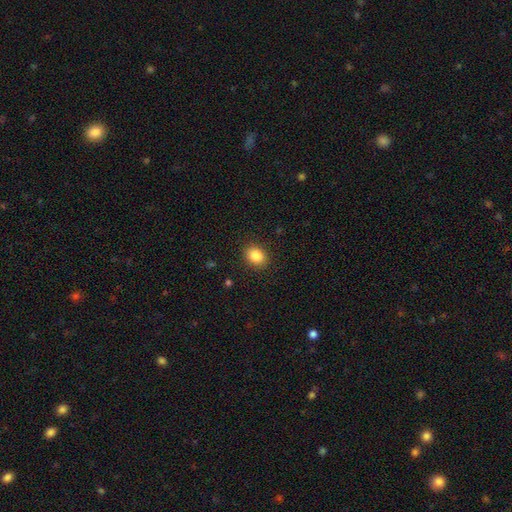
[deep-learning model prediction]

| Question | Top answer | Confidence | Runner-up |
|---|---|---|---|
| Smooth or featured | smooth | 86% | star or artifact (9%) |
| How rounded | in between | 50% | round (49%) |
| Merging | none | 89% | minor disturbance (8%) |